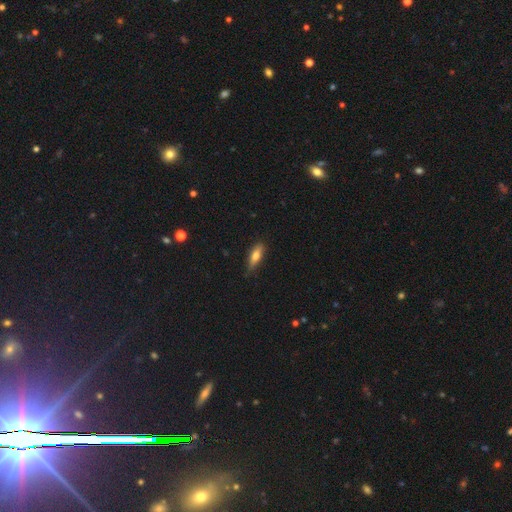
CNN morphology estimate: The model was most divided on "how rounded": in between: 52%, cigar-shaped: 45%, round: 3%. More confident: merging — none (78%); smooth or featured — smooth (72%).